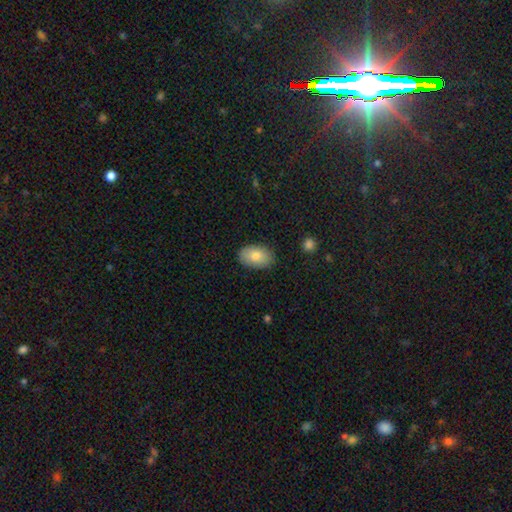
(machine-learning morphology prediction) The model was most divided on "smooth or featured": smooth: 81%, featured or disk: 12%, star or artifact: 7%. More confident: how rounded — in between (91%); merging — none (86%).